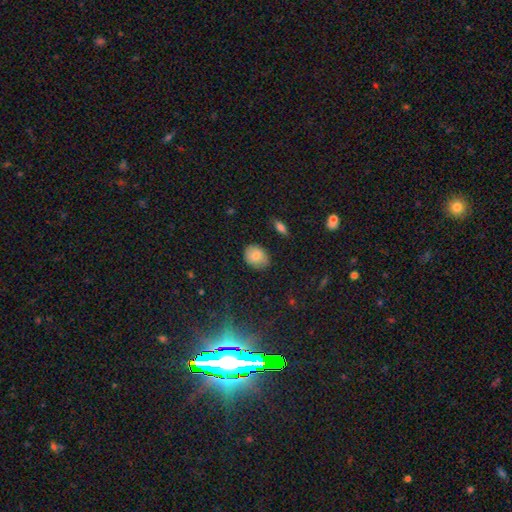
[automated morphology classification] The model was most divided on "how rounded": in between: 61%, round: 38%, cigar-shaped: 1%. More confident: smooth or featured — smooth (82%); merging — none (79%).